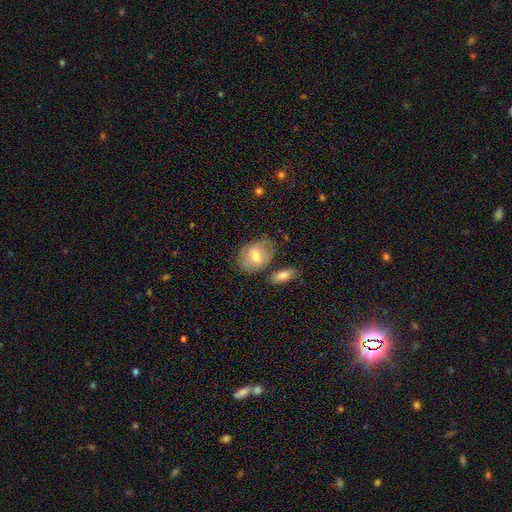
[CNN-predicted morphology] Q: Smooth or featured?
A: smooth (62%); runner-up: featured or disk (30%)
Q: How rounded?
A: in between (66%); runner-up: round (32%)
Q: Merging?
A: none (61%); runner-up: minor disturbance (22%)